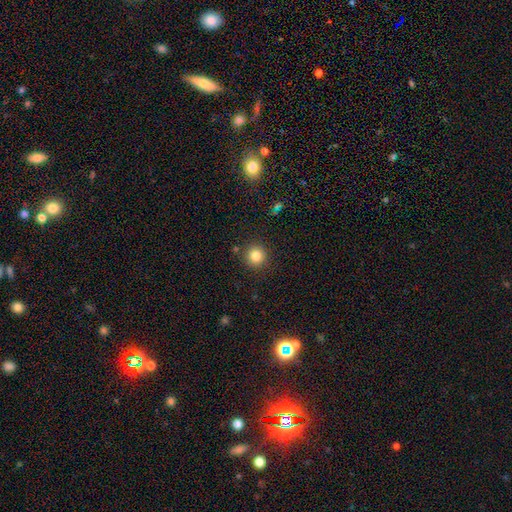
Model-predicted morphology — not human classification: smooth_or_featured: smooth (p=0.83) [alt: star or artifact p=0.11]
how_rounded: round (p=0.94) [alt: in between p=0.05]
merging: none (p=0.88) [alt: minor disturbance p=0.07]